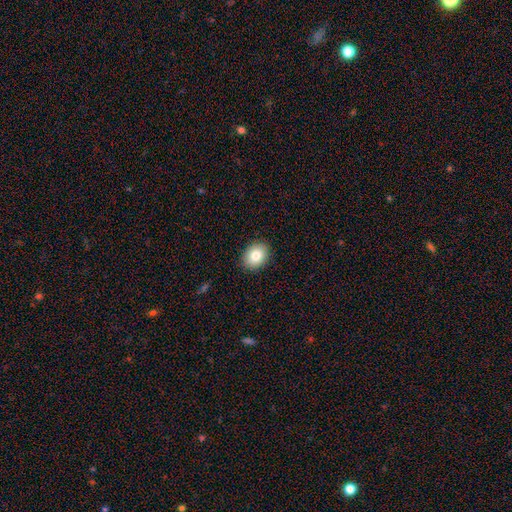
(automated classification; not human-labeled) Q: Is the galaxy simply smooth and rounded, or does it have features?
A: smooth — 82%.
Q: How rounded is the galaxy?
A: in between — 63%.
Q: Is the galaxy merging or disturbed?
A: none — 89%.